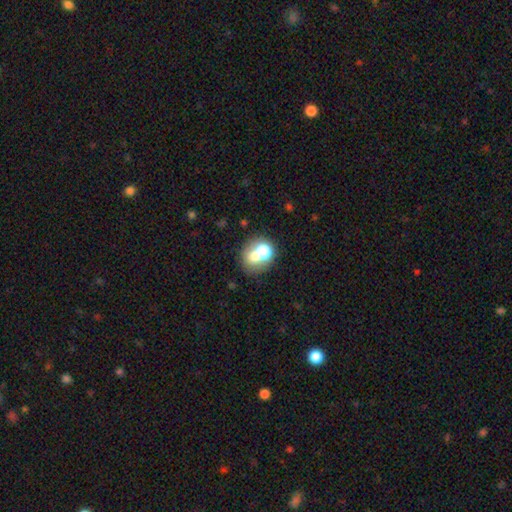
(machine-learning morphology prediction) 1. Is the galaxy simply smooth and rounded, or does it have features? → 63% smooth, 23% featured or disk, 13% star or artifact.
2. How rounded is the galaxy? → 65% round, 34% in between, 1% cigar-shaped.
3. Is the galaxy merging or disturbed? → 49% merger, 37% none, 9% minor disturbance, 6% major disturbance.